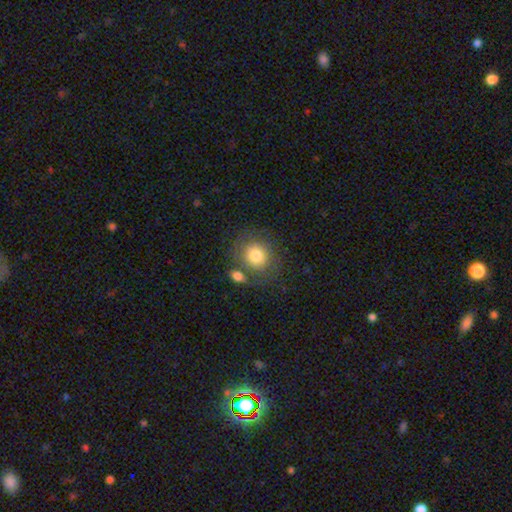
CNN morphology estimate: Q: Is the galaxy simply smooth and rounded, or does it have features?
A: smooth — 77%.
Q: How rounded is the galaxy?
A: round — 80%.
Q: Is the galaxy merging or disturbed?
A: none — 66%.